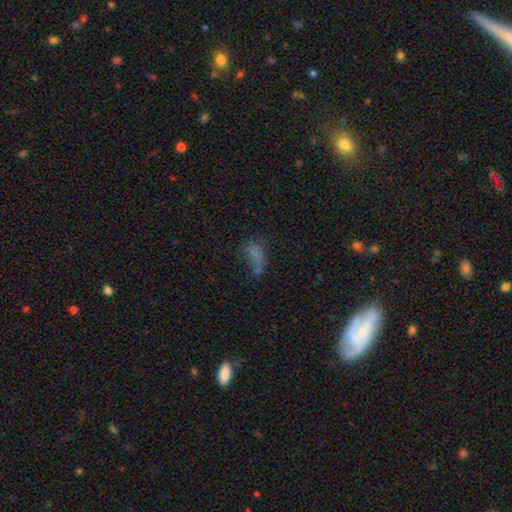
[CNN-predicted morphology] Smooth or featured?
  - smooth: 59% *
  - star or artifact: 21%
  - featured or disk: 20%
How rounded?
  - in between: 77% *
  - cigar-shaped: 17%
  - round: 6%
Merging?
  - none: 32% *
  - major disturbance: 31%
  - minor disturbance: 20%
  - merger: 18%